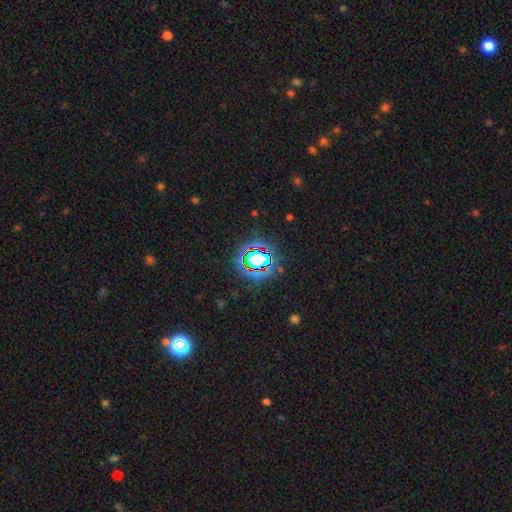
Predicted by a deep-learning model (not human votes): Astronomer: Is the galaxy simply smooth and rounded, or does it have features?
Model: star or artifact — 69%.